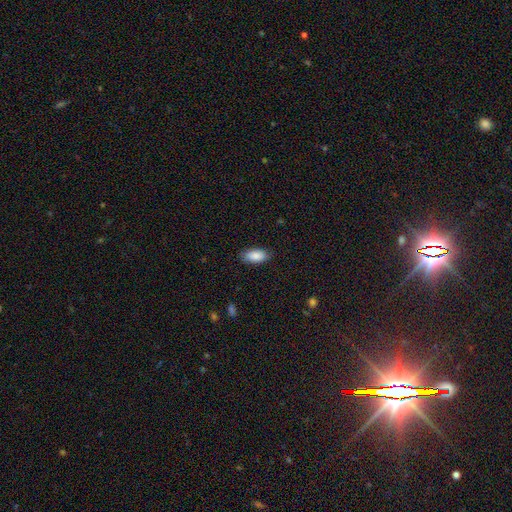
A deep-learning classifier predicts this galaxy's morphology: Smooth or featured? smooth (88%)
How rounded? in between (92%)
Merging? none (85%)